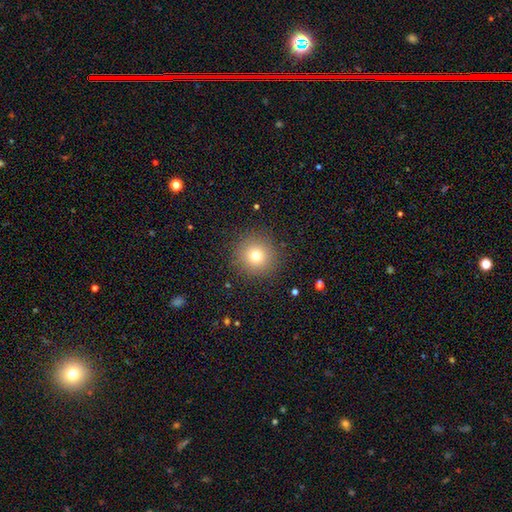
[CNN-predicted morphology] Overall: smooth (74%). How rounded: round (95%). Merging: none (89%).